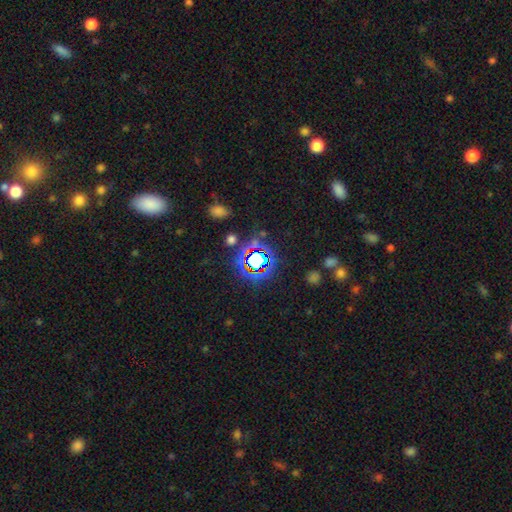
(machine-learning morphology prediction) A star or artifact, not a galaxy (75%).

Vote fractions:
- Smooth or featured? star or artifact: 75% / smooth: 16% / featured or disk: 9%